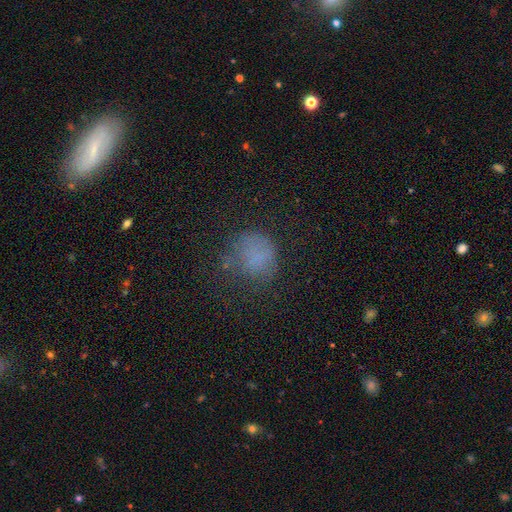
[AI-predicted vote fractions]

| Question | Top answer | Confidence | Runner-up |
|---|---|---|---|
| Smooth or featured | smooth | 64% | star or artifact (20%) |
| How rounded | round | 78% | in between (21%) |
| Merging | none | 57% | minor disturbance (21%) |